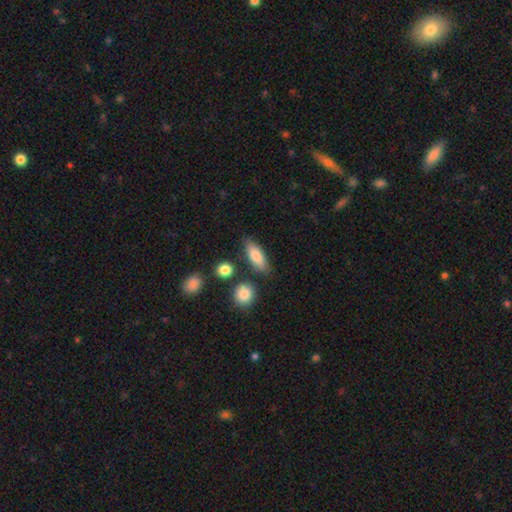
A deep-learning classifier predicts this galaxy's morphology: A smooth galaxy with no disk features (80%) that is in between round and cigar-shaped (70%).

Vote fractions:
- Smooth or featured? smooth: 80% / featured or disk: 13% / star or artifact: 7%
- How rounded? in between: 70% / cigar-shaped: 26% / round: 4%
- Merging? none: 77% / minor disturbance: 13% / merger: 6% / major disturbance: 4%